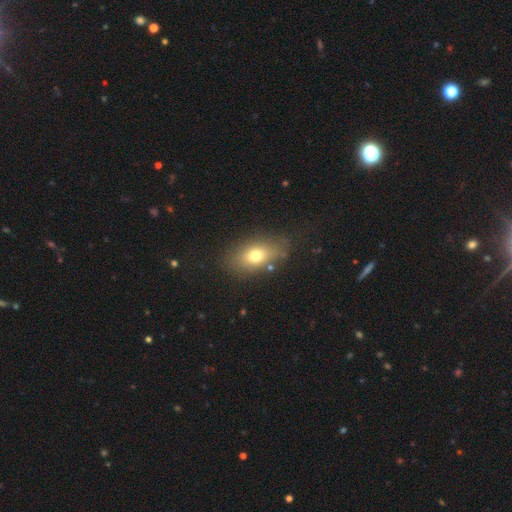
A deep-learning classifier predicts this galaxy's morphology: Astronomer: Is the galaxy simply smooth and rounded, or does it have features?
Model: smooth — 71%.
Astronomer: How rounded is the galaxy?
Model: in between — 80%.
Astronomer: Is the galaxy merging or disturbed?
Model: none — 76%.